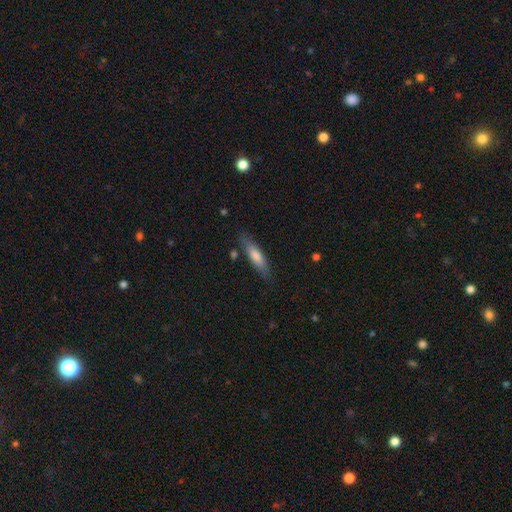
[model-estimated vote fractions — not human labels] This is likely a smooth galaxy (69%). How rounded: likely cigar-shaped (71%). Merging: clearly none (81%).